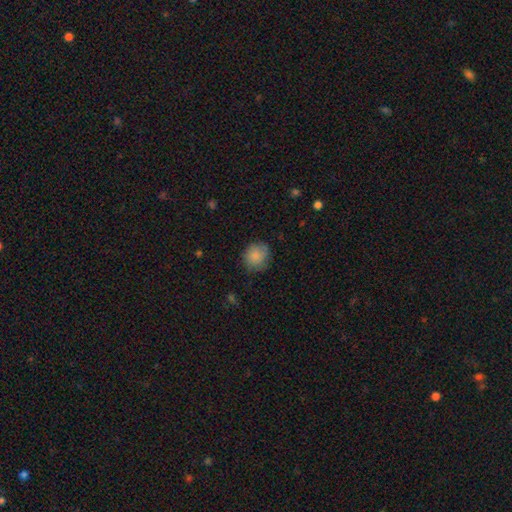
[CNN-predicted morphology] smooth_or_featured: smooth (p=0.85) [alt: star or artifact p=0.08]
how_rounded: round (p=0.86) [alt: in between p=0.13]
merging: none (p=0.77) [alt: minor disturbance p=0.18]